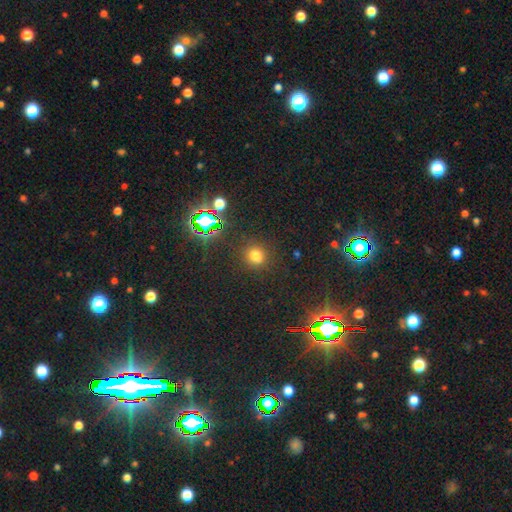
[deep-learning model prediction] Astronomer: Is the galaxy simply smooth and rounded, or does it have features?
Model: smooth — 68%.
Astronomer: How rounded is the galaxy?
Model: round — 81%.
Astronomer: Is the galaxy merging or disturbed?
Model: none — 84%.